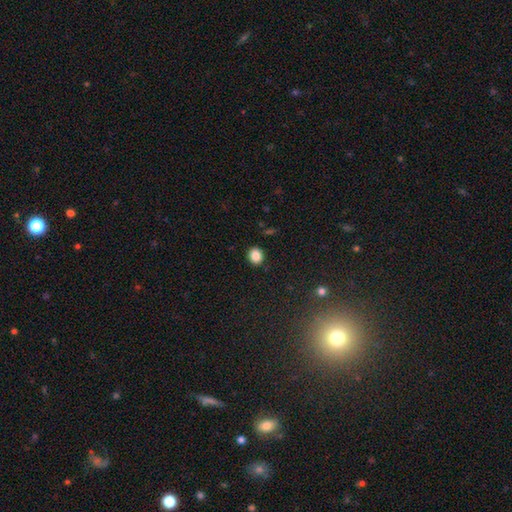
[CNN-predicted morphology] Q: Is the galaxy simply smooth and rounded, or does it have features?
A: smooth — 87%.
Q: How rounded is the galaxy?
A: round — 67%.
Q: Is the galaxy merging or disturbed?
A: none — 89%.